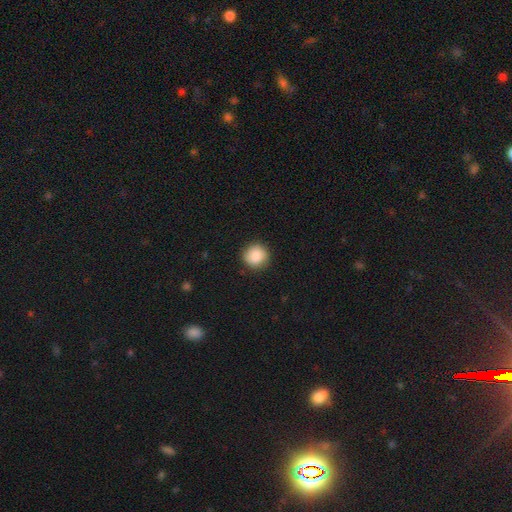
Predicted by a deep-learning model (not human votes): smooth 87%, star or artifact 7%, featured or disk 5%. Down the decision tree: how rounded — round (93%); merging — none (88%).